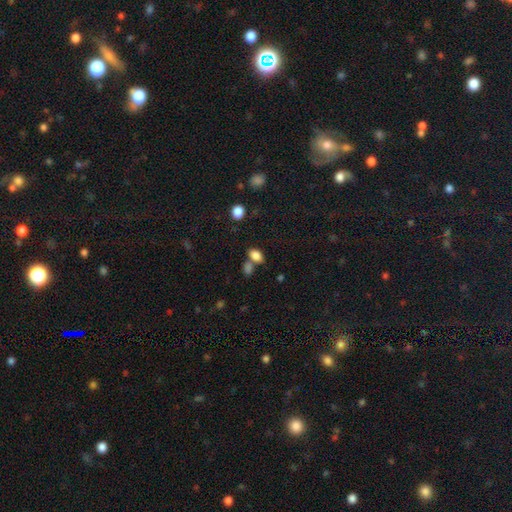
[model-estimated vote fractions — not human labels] This appears to be a smooth galaxy with no disk features (83%) that is in between round and cigar-shaped (84%). Merging: none (53%).